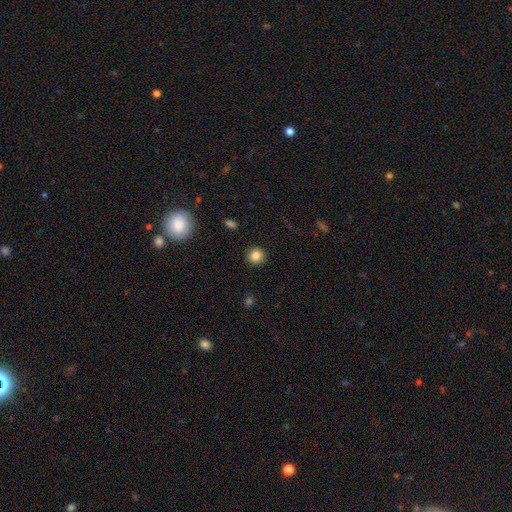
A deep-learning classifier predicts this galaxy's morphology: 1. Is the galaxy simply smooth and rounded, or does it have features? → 84% smooth, 11% star or artifact, 5% featured or disk.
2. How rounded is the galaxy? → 91% round, 8% in between, 1% cigar-shaped.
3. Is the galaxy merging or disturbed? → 91% none, 6% minor disturbance, 2% major disturbance, 1% merger.